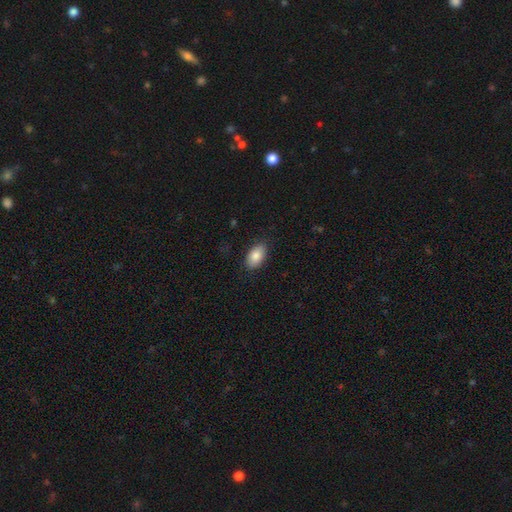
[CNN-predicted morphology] smooth_or_featured: smooth (p=0.85) [alt: featured or disk p=0.08]
how_rounded: in between (p=0.93) [alt: round p=0.05]
merging: none (p=0.85) [alt: minor disturbance p=0.12]